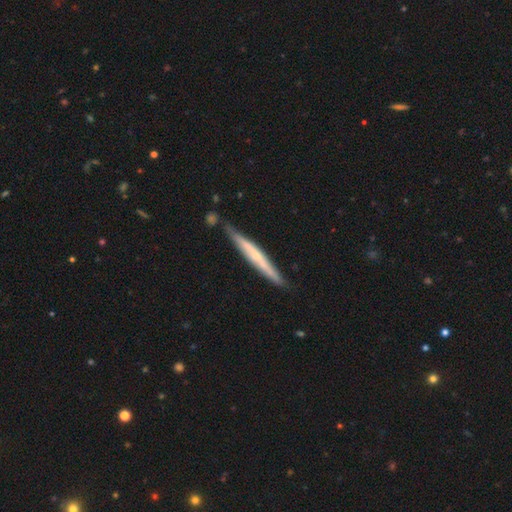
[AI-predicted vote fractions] Smooth or featured? featured or disk (55%)
Edge-on disk? yes (93%)
Edge-on bulge? none (58%)
Merging? none (78%)